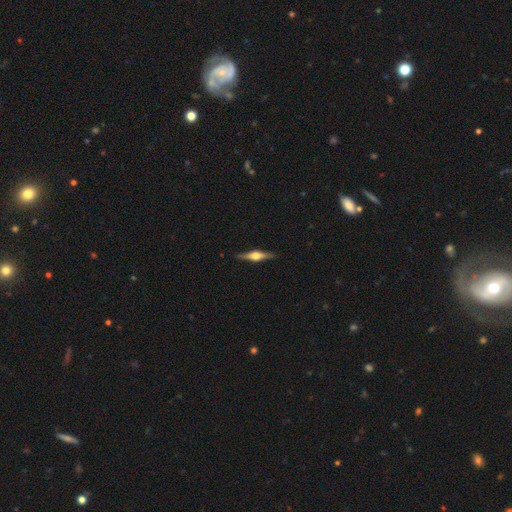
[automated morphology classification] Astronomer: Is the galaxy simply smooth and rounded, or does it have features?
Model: featured or disk — 77%.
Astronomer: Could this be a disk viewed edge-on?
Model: yes — 98%.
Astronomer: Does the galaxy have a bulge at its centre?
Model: rounded — 92%.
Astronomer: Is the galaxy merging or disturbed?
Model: none — 90%.